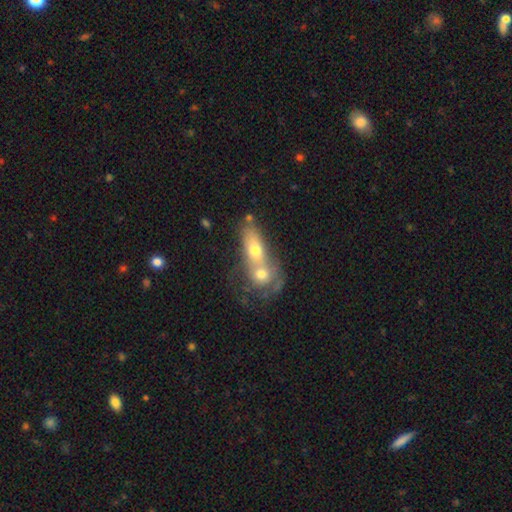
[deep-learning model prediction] Overall: smooth (45%; featured or disk 42%). Merging: merger (73%).